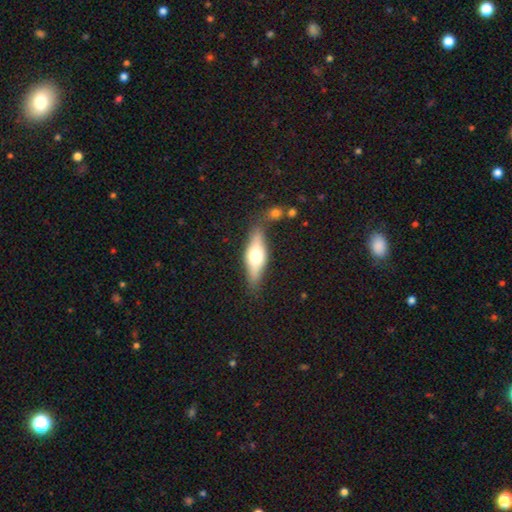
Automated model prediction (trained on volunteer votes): Morphology: type=smooth (48%); merging=none (73%).